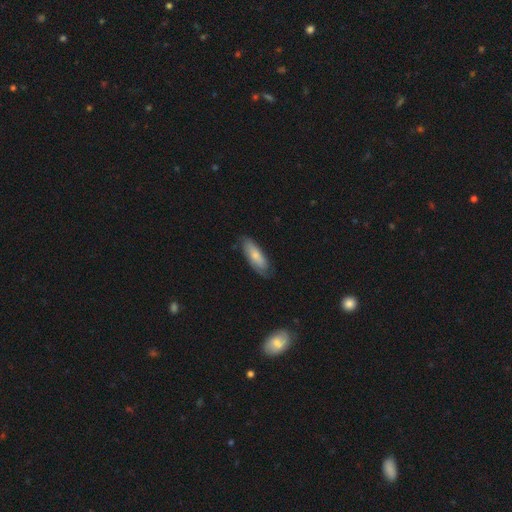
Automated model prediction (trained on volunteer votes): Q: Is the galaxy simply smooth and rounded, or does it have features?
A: smooth — 69%.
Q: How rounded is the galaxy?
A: in between — 62%.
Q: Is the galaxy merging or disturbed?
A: none — 73%.